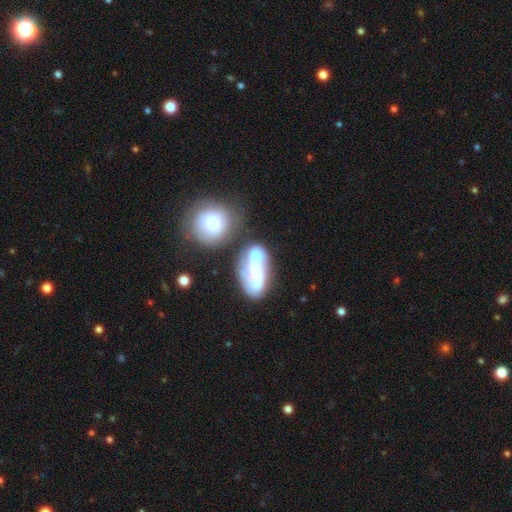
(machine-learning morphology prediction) This is possibly a featured or disk galaxy (59%). It is clearly not viewed edge-on (93%). Bar: possibly no (51%). Spiral arm pattern: possibly yes (59%). Central bulge: marginally moderate (43%). Merging: marginally merger (42%).